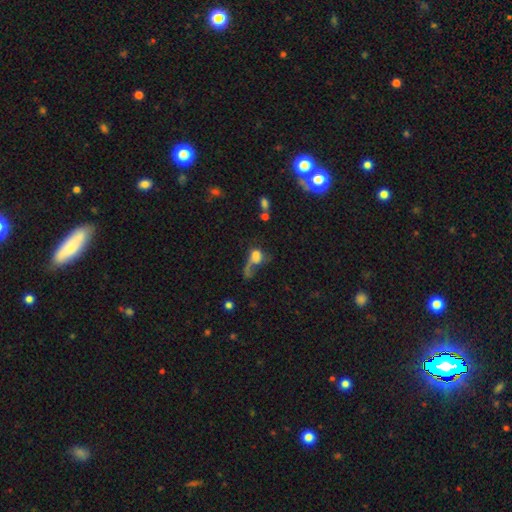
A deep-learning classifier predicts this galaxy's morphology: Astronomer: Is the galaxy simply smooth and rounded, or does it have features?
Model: smooth — 56%.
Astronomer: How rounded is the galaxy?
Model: round — 53% (runner-up: in between, 43%).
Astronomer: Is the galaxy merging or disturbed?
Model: major disturbance — 48%.